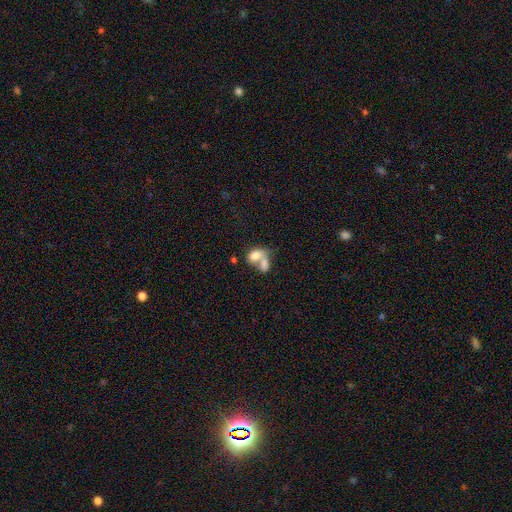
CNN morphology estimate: type=smooth (74%); roundness=in between (82%); merging=merger (70%).